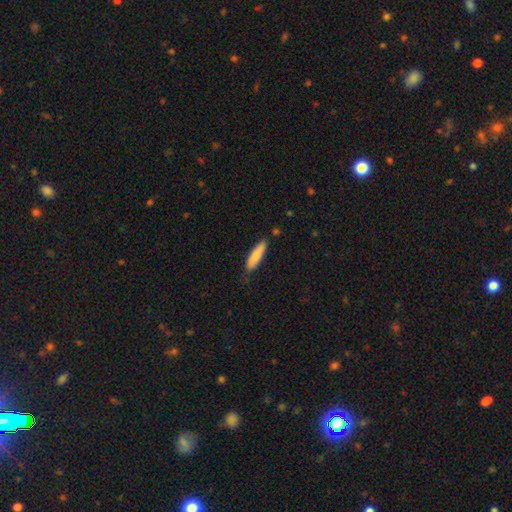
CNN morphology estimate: smooth 80%, featured or disk 15%, star or artifact 6%. Down the decision tree: how rounded — cigar-shaped (69%); merging — none (77%).